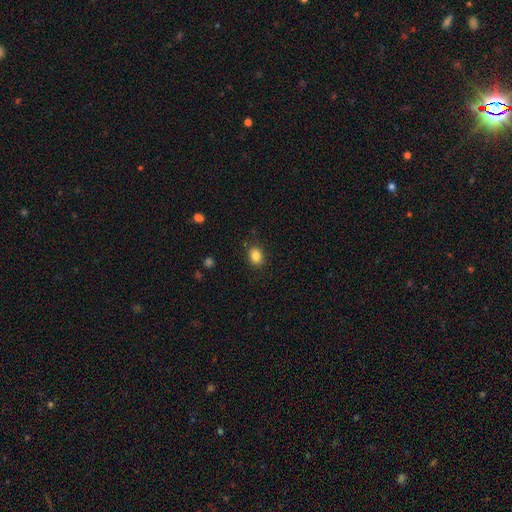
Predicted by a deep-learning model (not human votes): This is clearly a smooth galaxy (85%). How rounded: likely in between (66%). Merging: clearly none (86%).